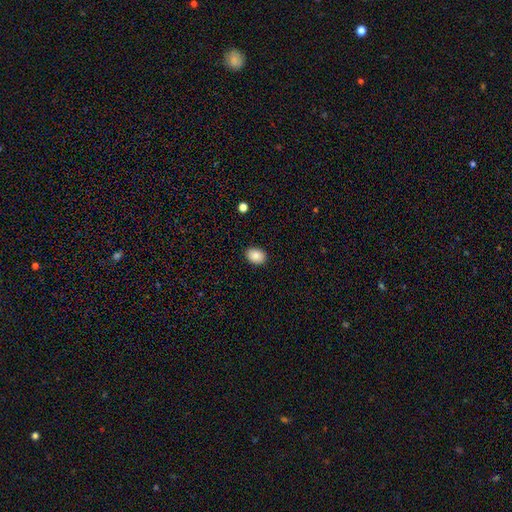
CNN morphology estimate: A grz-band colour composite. It shows a smooth galaxy with no disk features (86%) that is in between round and cigar-shaped (62%). Merging: none (89%).